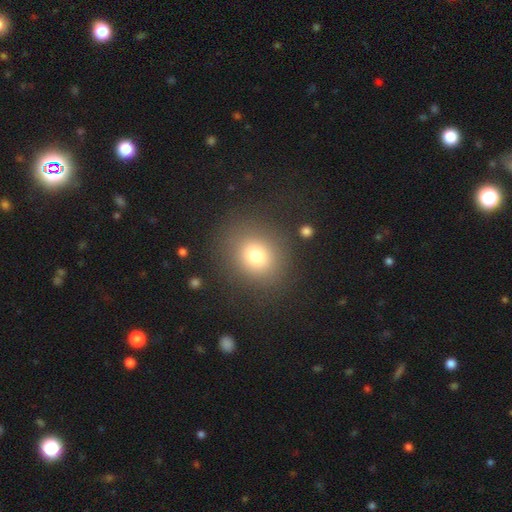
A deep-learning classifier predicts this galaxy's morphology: Q: Smooth or featured?
A: smooth (74%); runner-up: star or artifact (15%)
Q: How rounded?
A: round (77%); runner-up: in between (22%)
Q: Merging?
A: none (83%); runner-up: minor disturbance (9%)